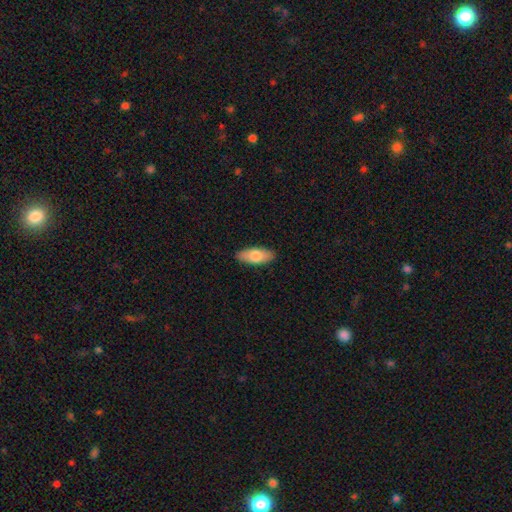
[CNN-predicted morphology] Overall: smooth (77%). How rounded: in between (83%). Merging: none (89%).